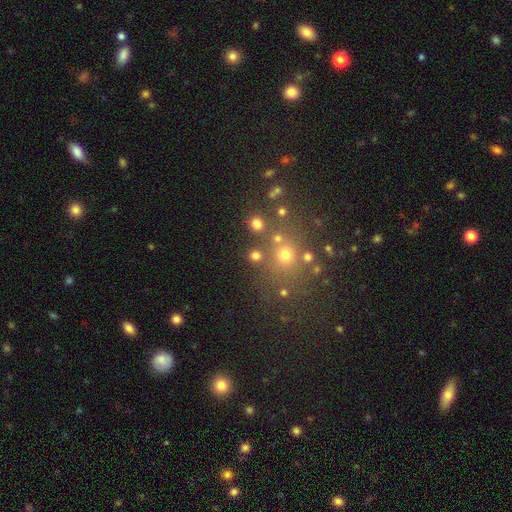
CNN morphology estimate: smooth 71%, star or artifact 21%, featured or disk 8%. Down the decision tree: how rounded — round (87%); merging — none (75%).